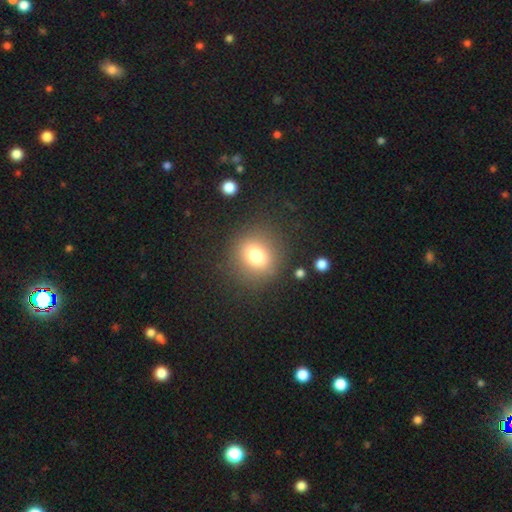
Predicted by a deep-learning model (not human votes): A smooth galaxy with no disk features (75%) that is round (79%).

Vote fractions:
- Smooth or featured? smooth: 75% / star or artifact: 14% / featured or disk: 11%
- How rounded? round: 79% / in between: 19% / cigar-shaped: 1%
- Merging? none: 84% / minor disturbance: 9% / major disturbance: 5% / merger: 2%